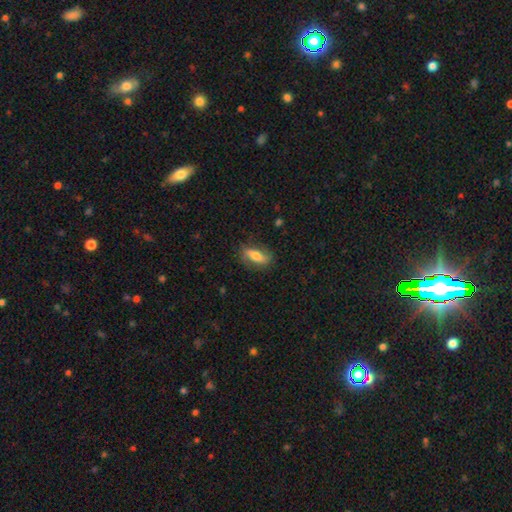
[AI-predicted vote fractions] smooth_or_featured: smooth (p=0.52) [alt: featured or disk p=0.41]
how_rounded: in between (p=0.68) [alt: cigar-shaped p=0.27]
merging: none (p=0.78) [alt: minor disturbance p=0.16]